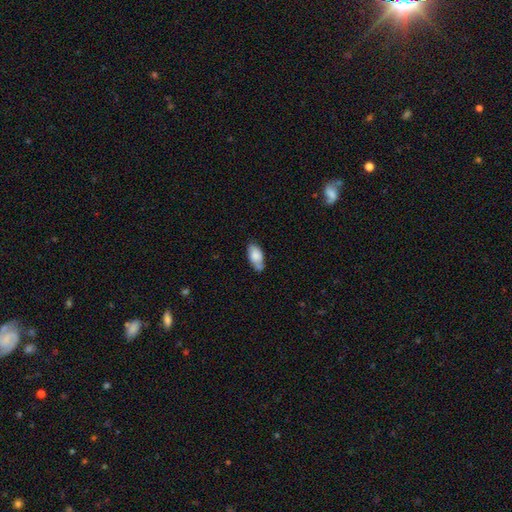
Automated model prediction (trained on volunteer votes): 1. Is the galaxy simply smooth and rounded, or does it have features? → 74% smooth, 19% featured or disk, 7% star or artifact.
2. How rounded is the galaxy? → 91% in between, 6% cigar-shaped, 3% round.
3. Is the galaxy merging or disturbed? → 61% none, 26% minor disturbance, 8% merger, 5% major disturbance.